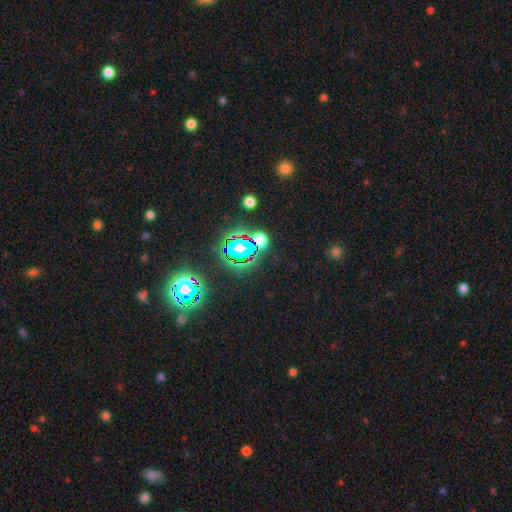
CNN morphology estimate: A star or artifact, not a galaxy (81%).